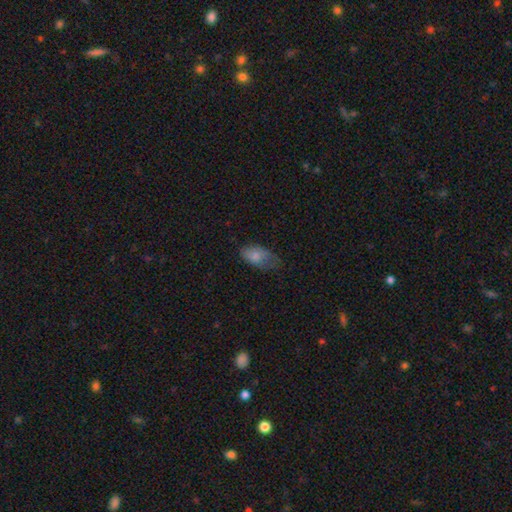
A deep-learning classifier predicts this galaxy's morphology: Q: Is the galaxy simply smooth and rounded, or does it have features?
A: smooth — 79%.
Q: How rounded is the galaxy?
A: in between — 93%.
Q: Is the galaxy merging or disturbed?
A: none — 42%.